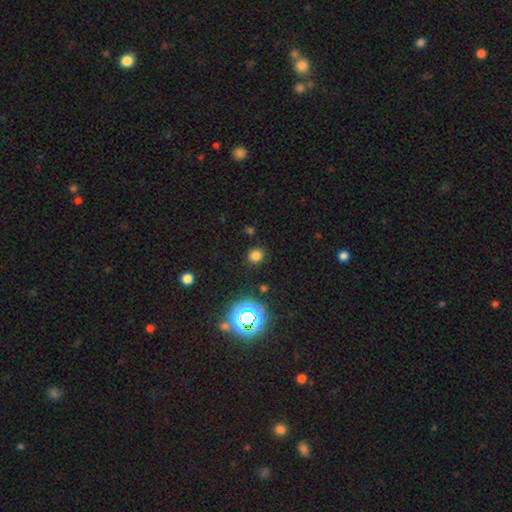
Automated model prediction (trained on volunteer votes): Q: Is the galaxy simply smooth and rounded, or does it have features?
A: smooth — 72%.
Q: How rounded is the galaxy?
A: round — 85%.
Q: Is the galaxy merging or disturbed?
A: none — 88%.